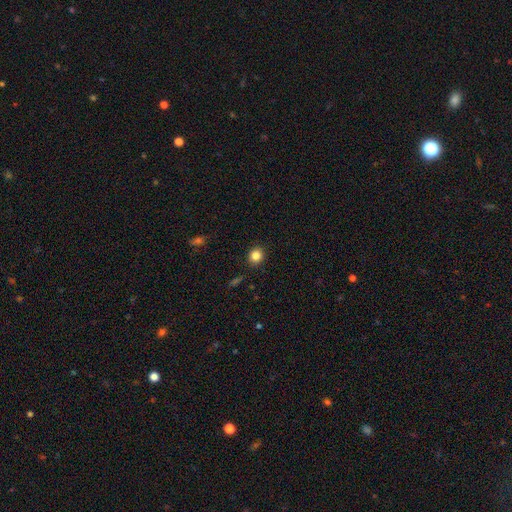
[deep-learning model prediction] Q: Smooth or featured?
A: smooth (84%); runner-up: star or artifact (11%)
Q: How rounded?
A: round (85%); runner-up: in between (14%)
Q: Merging?
A: none (90%); runner-up: minor disturbance (7%)